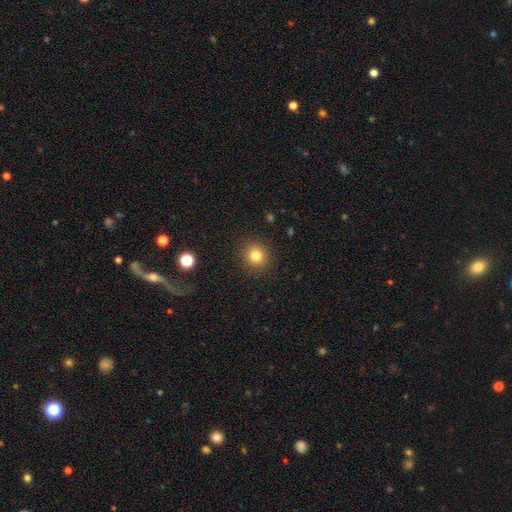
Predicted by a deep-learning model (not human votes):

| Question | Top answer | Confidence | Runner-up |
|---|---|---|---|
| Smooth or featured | smooth | 80% | star or artifact (13%) |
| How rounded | round | 92% | in between (7%) |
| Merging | none | 91% | minor disturbance (6%) |